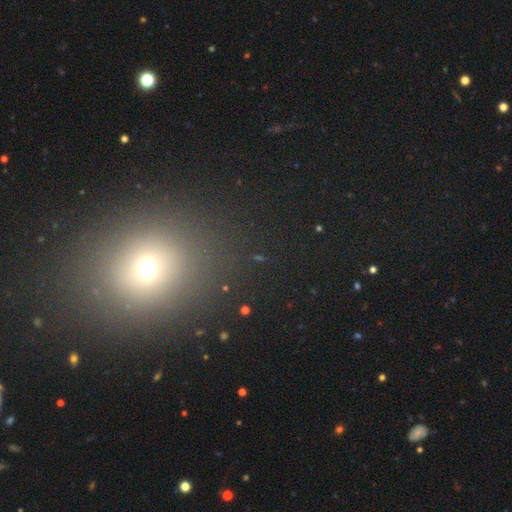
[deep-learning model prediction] This is possibly a smooth galaxy (49%). Merging: clearly none (87%).